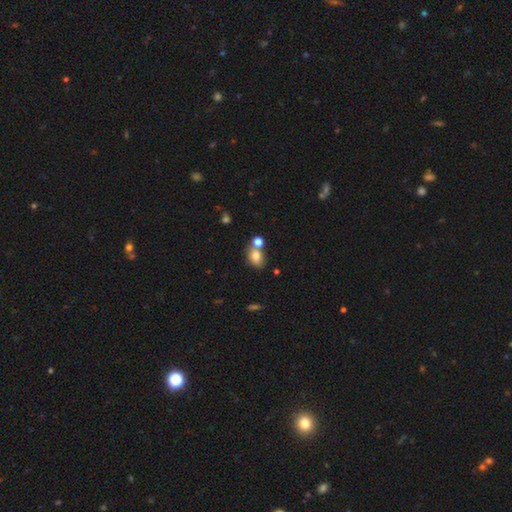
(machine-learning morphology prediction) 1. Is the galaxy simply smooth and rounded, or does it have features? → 76% smooth, 12% featured or disk, 12% star or artifact.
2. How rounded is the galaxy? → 63% in between, 35% round, 1% cigar-shaped.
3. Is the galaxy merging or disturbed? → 50% none, 32% merger, 13% minor disturbance, 5% major disturbance.